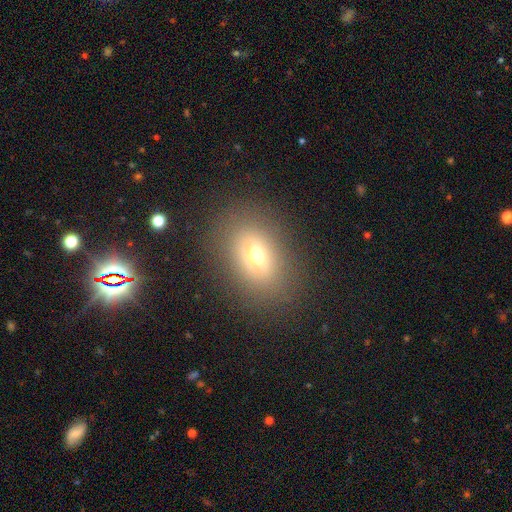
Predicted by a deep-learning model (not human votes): smooth_or_featured: smooth (p=0.55) [alt: featured or disk p=0.30]
how_rounded: in between (p=0.73) [alt: round p=0.22]
merging: none (p=0.82) [alt: minor disturbance p=0.11]